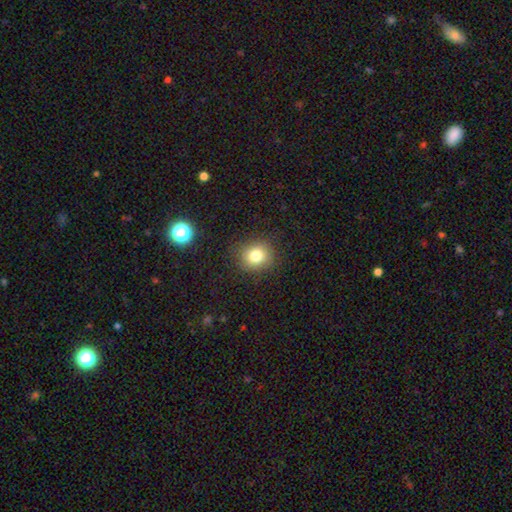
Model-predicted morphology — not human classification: Q: Smooth or featured?
A: smooth (78%); runner-up: star or artifact (14%)
Q: How rounded?
A: round (82%); runner-up: in between (17%)
Q: Merging?
A: none (87%); runner-up: minor disturbance (9%)